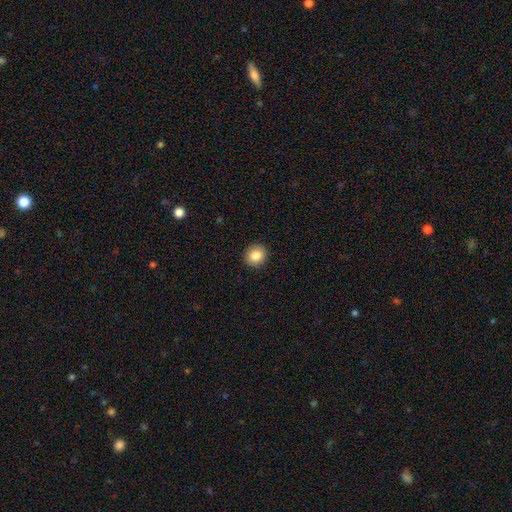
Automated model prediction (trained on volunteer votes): Smooth or featured?
  - smooth: 86% *
  - star or artifact: 9%
  - featured or disk: 5%
How rounded?
  - round: 84% *
  - in between: 15%
  - cigar-shaped: 1%
Merging?
  - none: 92% *
  - minor disturbance: 6%
  - major disturbance: 2%
  - merger: 1%